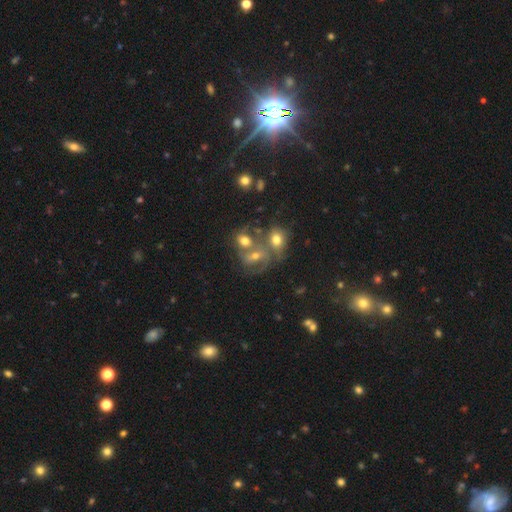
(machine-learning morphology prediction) smooth-or-featured: featured or disk: 45% | smooth: 30% | star or artifact: 26%
  merging: merger: 46% | none: 34% | minor disturbance: 11% | major disturbance: 9%